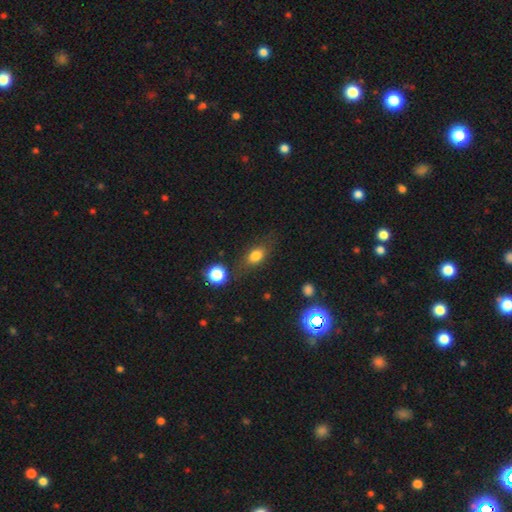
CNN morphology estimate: smooth 77%, featured or disk 12%, star or artifact 11%. Down the decision tree: how rounded — in between (71%); merging — none (70%).